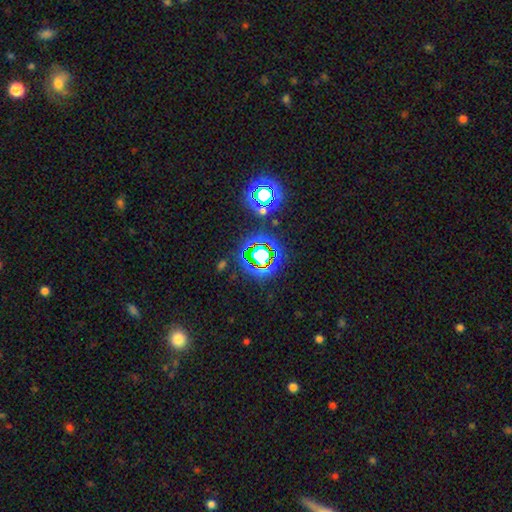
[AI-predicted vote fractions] Overall: star or artifact (77%).